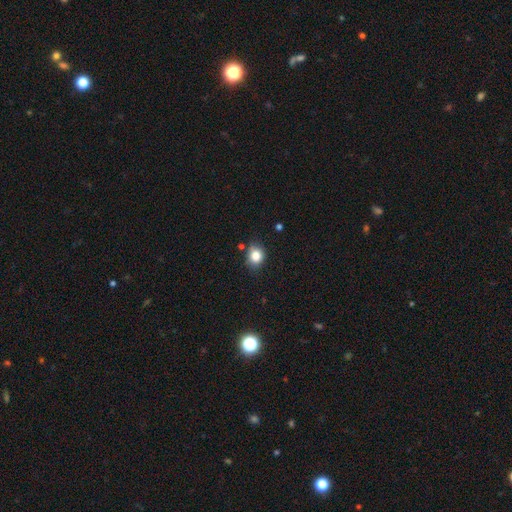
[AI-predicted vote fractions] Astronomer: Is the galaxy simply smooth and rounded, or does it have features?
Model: smooth — 82%.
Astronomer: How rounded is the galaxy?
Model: round — 63%.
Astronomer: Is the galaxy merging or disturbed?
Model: none — 71%.